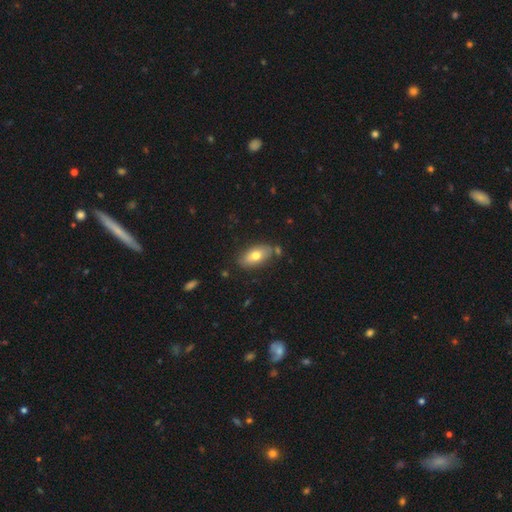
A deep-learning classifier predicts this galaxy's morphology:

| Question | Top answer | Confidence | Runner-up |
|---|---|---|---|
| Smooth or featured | smooth | 71% | featured or disk (22%) |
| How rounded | in between | 90% | cigar-shaped (6%) |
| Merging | none | 78% | minor disturbance (14%) |